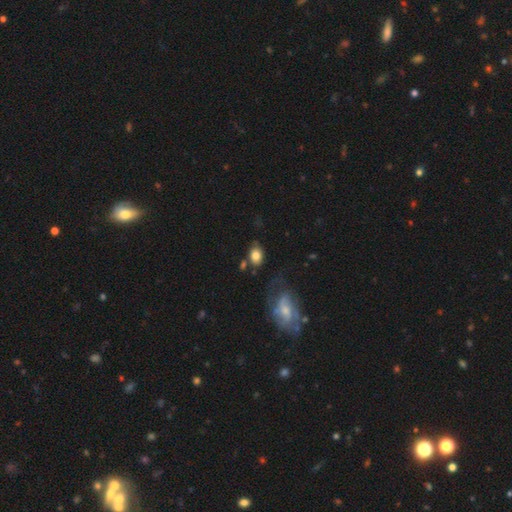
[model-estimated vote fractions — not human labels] Smooth or featured? smooth (79%)
How rounded? in between (73%)
Merging? none (64%)